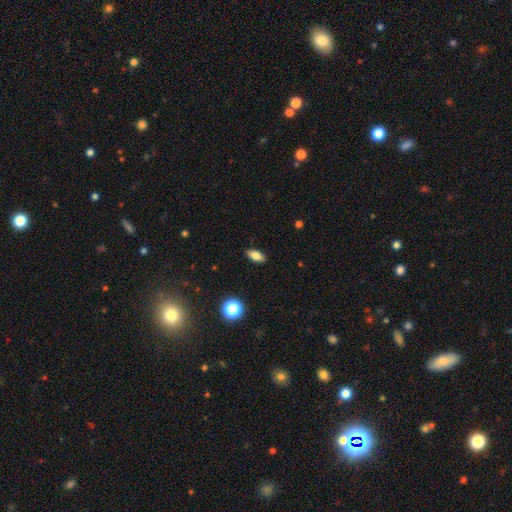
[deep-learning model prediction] Smooth or featured? smooth (76%)
How rounded? in between (85%)
Merging? none (89%)